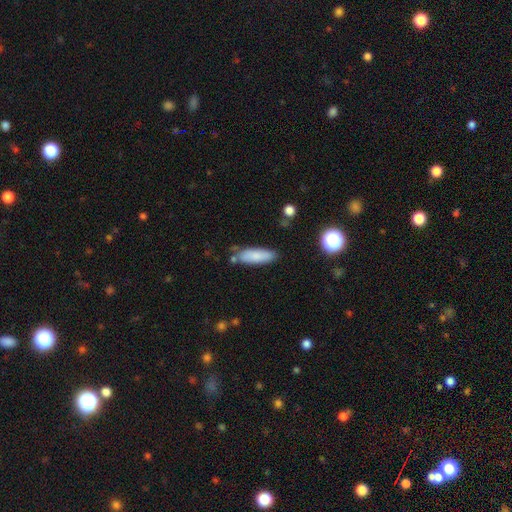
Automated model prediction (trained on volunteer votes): A smooth galaxy with no disk features (83%) that is in between round and cigar-shaped (53%).

Vote fractions:
- Smooth or featured? smooth: 83% / featured or disk: 10% / star or artifact: 7%
- How rounded? in between: 53% / cigar-shaped: 45% / round: 2%
- Merging? none: 73% / minor disturbance: 17% / merger: 6% / major disturbance: 4%